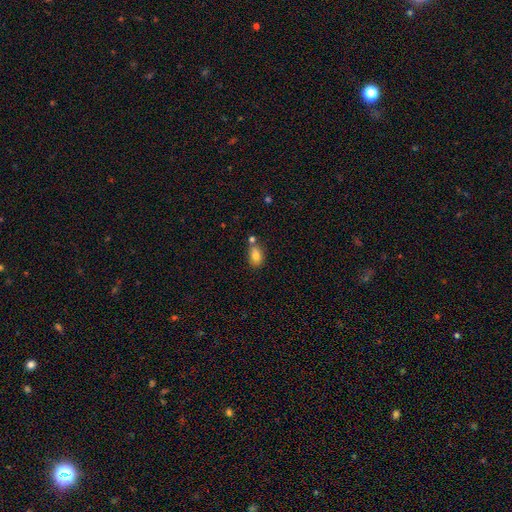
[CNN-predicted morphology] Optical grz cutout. It shows a smooth galaxy with no disk features (79%) that is in between round and cigar-shaped (79%). Merging: none (55%).